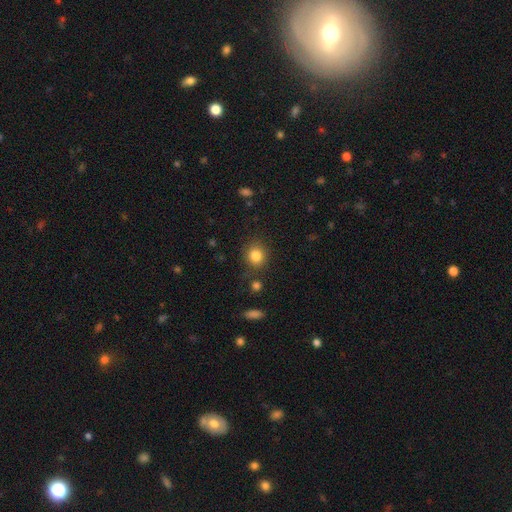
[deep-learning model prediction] smooth_or_featured: smooth (p=0.84) [alt: star or artifact p=0.11]
how_rounded: round (p=0.82) [alt: in between p=0.17]
merging: none (p=0.84) [alt: minor disturbance p=0.10]